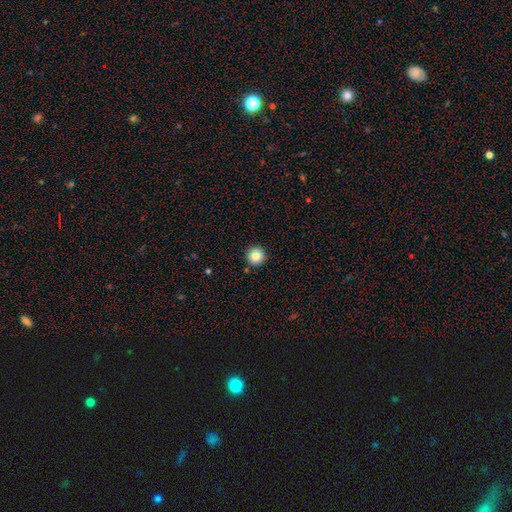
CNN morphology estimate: This appears to be a smooth galaxy with no disk features (70%) that is round (95%). Merging: none (90%).